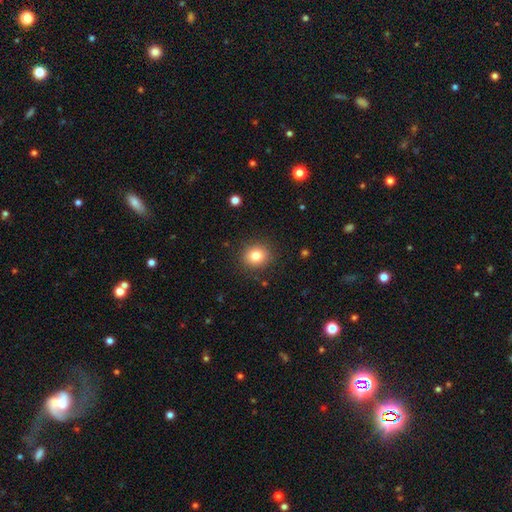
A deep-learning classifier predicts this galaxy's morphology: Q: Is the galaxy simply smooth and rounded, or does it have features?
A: smooth — 81%.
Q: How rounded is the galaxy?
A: round — 78%.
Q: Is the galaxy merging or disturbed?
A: none — 88%.